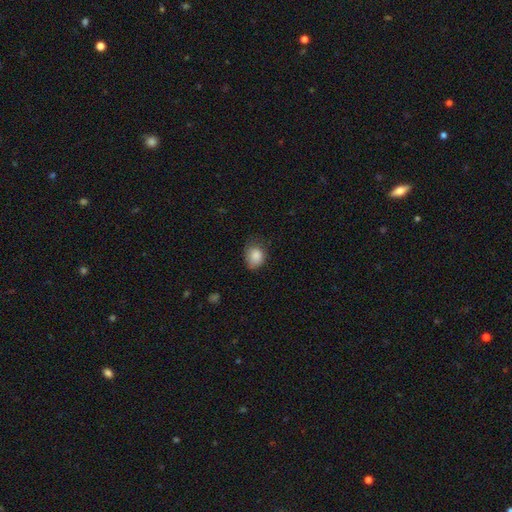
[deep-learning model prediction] Smooth or featured?
  - smooth: 86% *
  - star or artifact: 9%
  - featured or disk: 6%
How rounded?
  - round: 52% *
  - in between: 47%
  - cigar-shaped: 1%
Merging?
  - none: 57% *
  - minor disturbance: 33%
  - major disturbance: 9%
  - merger: 1%